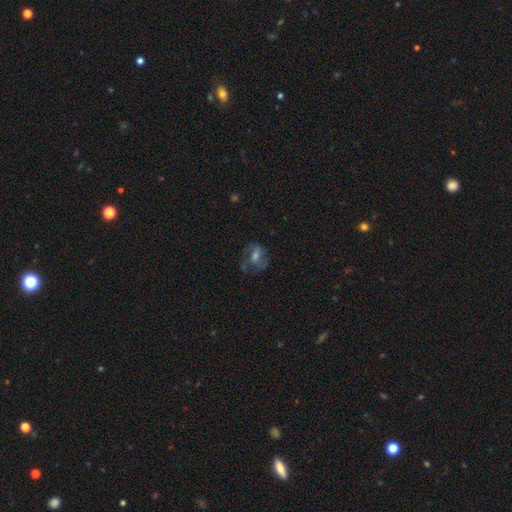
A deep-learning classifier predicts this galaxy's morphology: smooth-or-featured: featured or disk: 50% | smooth: 32% | star or artifact: 18%
  merging: none: 58% | minor disturbance: 20% | major disturbance: 19% | merger: 2%